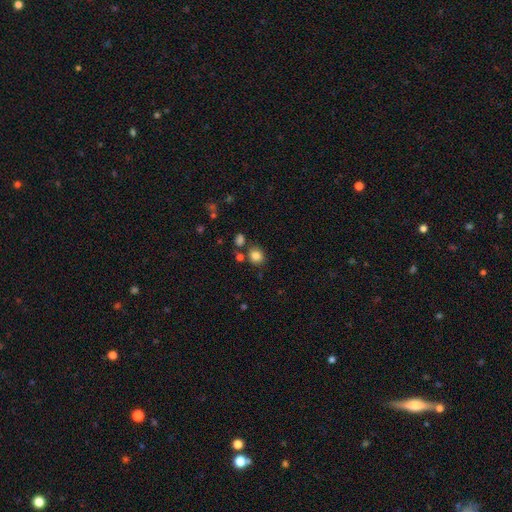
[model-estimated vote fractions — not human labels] Smooth or featured? Predicted: smooth (p=0.83). How rounded? Predicted: round (p=0.70). Merging? Predicted: none (p=0.74).